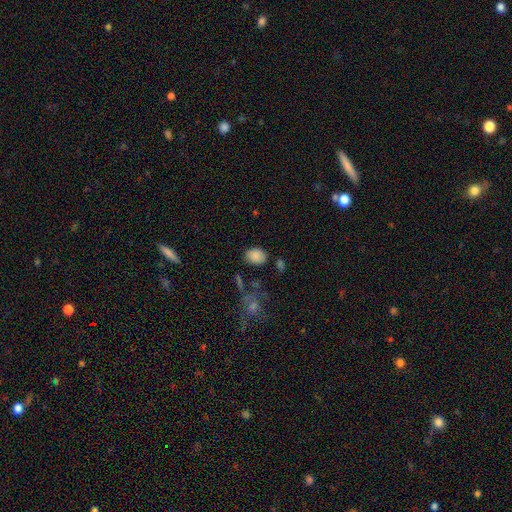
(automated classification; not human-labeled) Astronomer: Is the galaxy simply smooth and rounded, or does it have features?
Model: smooth — 85%.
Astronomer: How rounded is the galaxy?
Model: in between — 64%.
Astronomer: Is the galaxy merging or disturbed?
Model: none — 71%.